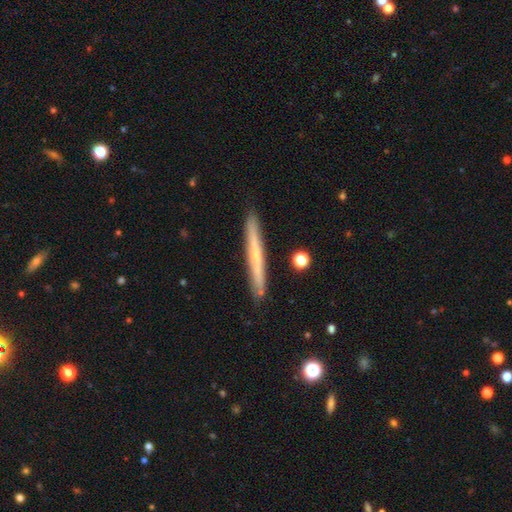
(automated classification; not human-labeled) Smooth or featured: featured or disk — 52% (smooth — 42%)
Edge-on disk: yes — 95% (no — 5%)
Merging: none — 89% (minor disturbance — 8%)